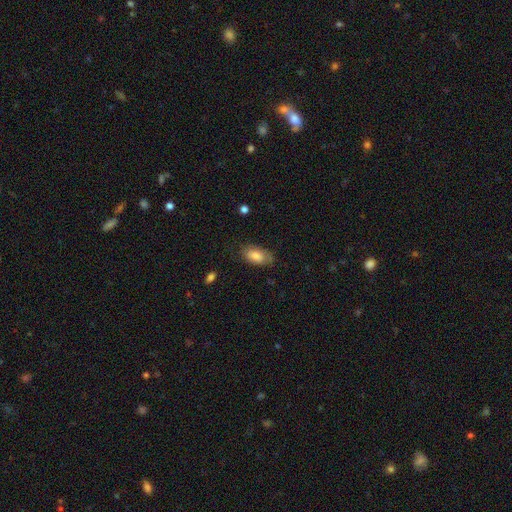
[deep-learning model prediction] A smooth galaxy with no disk features (77%) that is in between round and cigar-shaped (93%).

Vote fractions:
- Smooth or featured? smooth: 77% / featured or disk: 17% / star or artifact: 6%
- How rounded? in between: 93% / round: 4% / cigar-shaped: 3%
- Merging? none: 69% / minor disturbance: 23% / major disturbance: 7% / merger: 1%